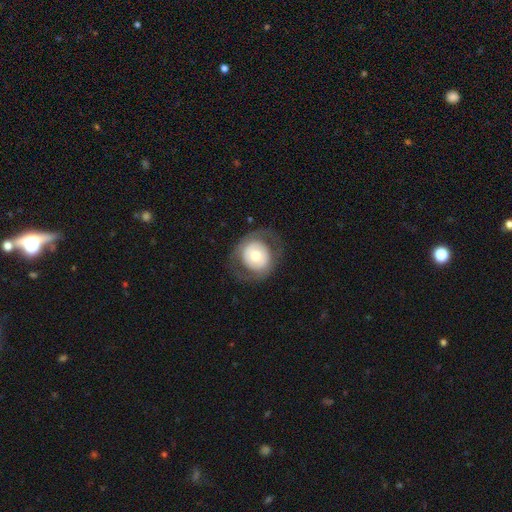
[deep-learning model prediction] smooth_or_featured: featured or disk (p=0.47) [alt: smooth p=0.46]
merging: none (p=0.74) [alt: minor disturbance p=0.13]